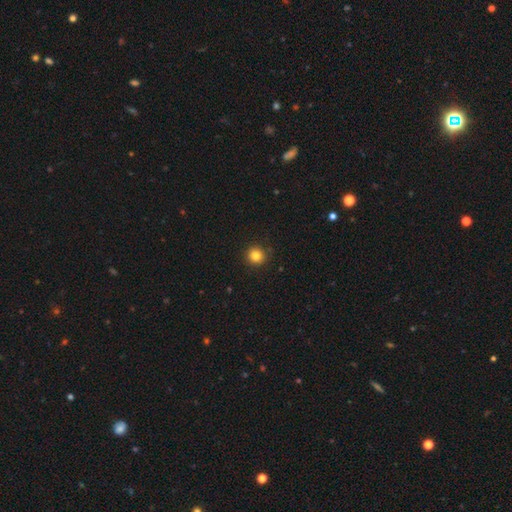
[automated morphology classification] A smooth galaxy with no disk features (82%) that is round (94%). Merging: none (91%).